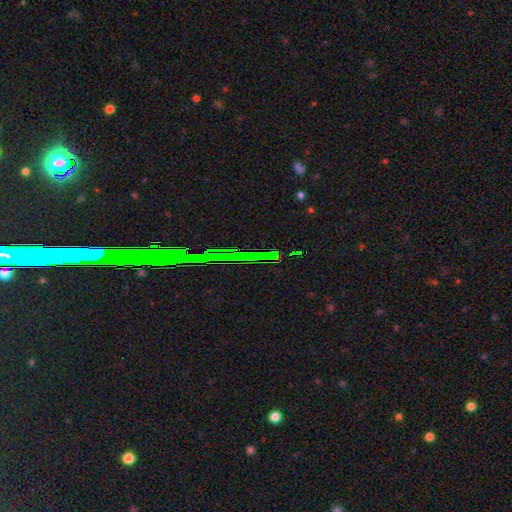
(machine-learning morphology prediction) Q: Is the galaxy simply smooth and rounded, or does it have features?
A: star or artifact — 73%.